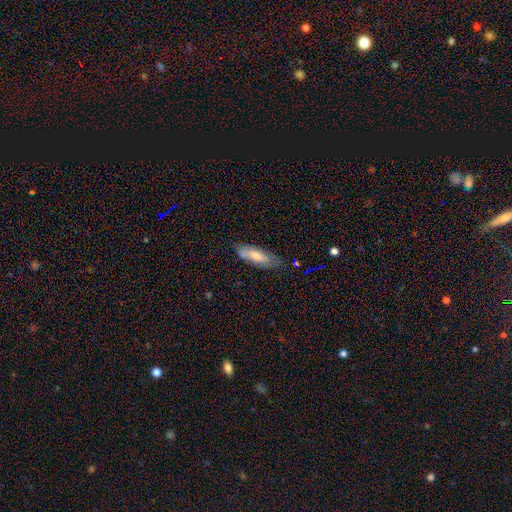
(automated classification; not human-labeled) Overall: smooth (67%). How rounded: in between (51%; cigar-shaped 47%). Merging: none (71%).